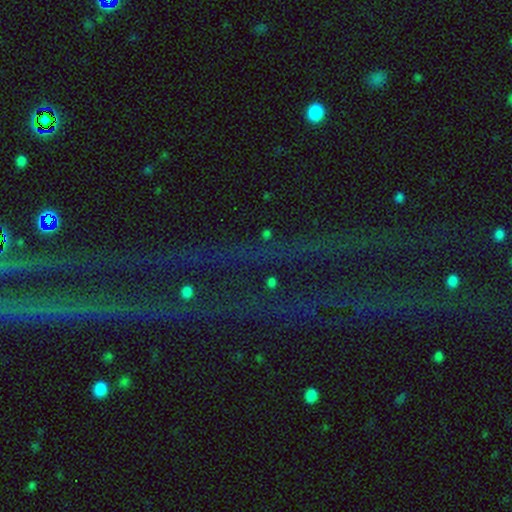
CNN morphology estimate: smooth-or-featured: star or artifact: 79% | featured or disk: 11% | smooth: 10%